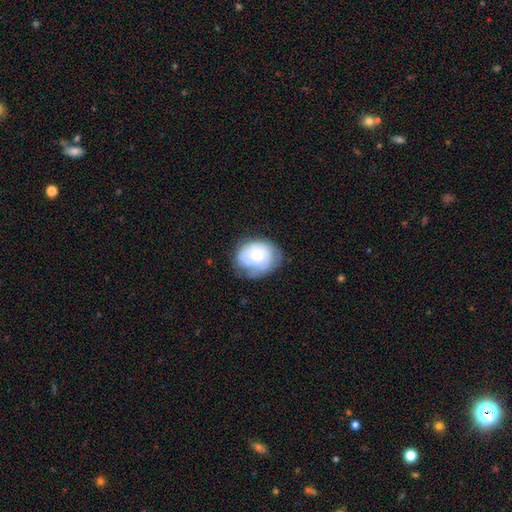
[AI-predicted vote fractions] smooth 52%, featured or disk 40%, star or artifact 7%. Down the decision tree: how rounded — round (50%); merging — none (56%).